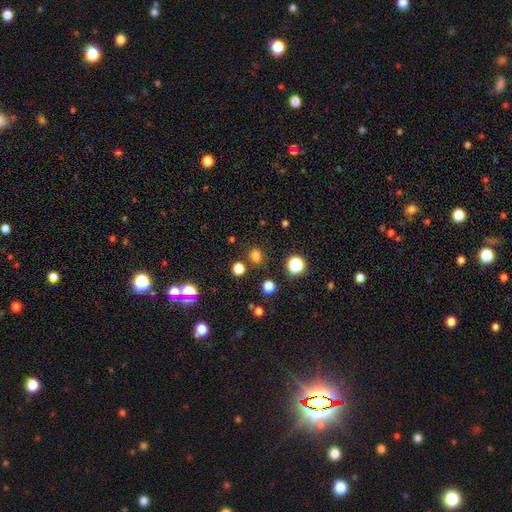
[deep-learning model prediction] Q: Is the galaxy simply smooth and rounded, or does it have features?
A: smooth — 74%.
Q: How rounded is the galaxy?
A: round — 77%.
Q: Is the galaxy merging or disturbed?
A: none — 81%.